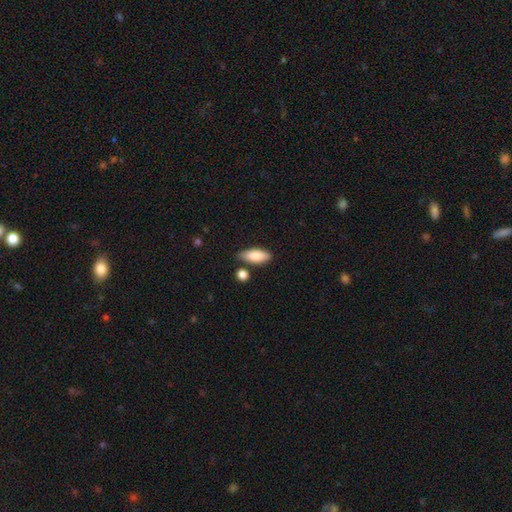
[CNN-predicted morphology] smooth-or-featured: smooth: 85% | featured or disk: 9% | star or artifact: 6%
  how-rounded: in between: 79% | cigar-shaped: 18% | round: 3%
  merging: none: 73% | minor disturbance: 16% | merger: 8% | major disturbance: 3%